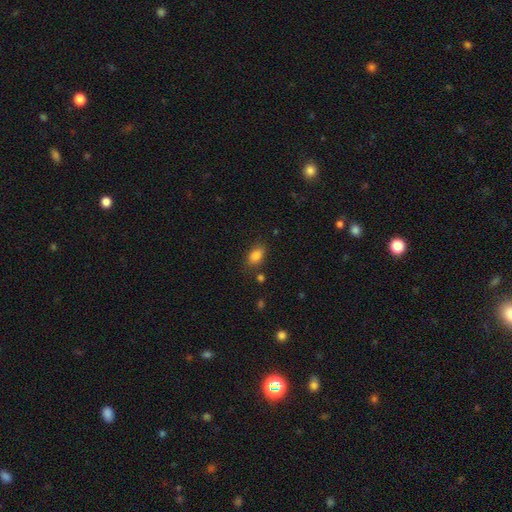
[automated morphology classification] A smooth galaxy with no disk features (84%) that is in between round and cigar-shaped (83%). Merging: none (78%).